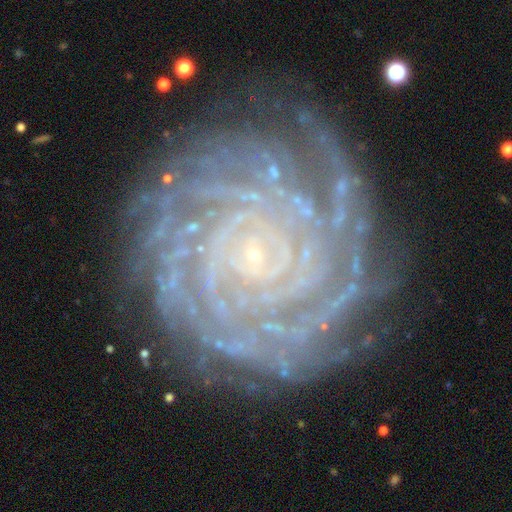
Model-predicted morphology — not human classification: The model was most divided on "spiral arm count": more than 4: 26%, 4: 20%, can't tell: 17%, 3: 14%, 2: 14%, 1: 9%. More confident: spiral arms — yes (99%); edge-on disk — no (98%); smooth or featured — featured or disk (91%); spiral winding — tight (90%); bulge size — small (88%); merging — none (81%); bar — no (73%).